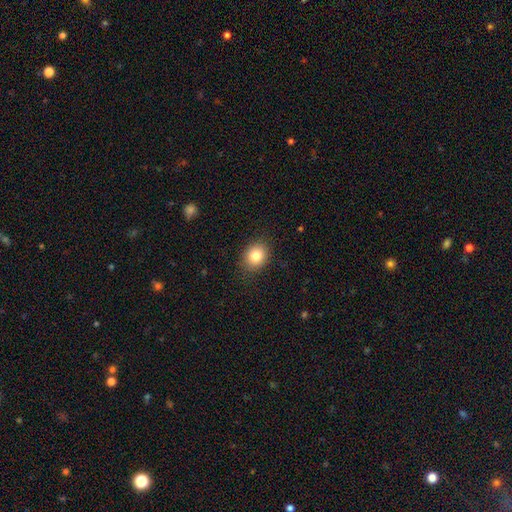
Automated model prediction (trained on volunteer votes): Smooth or featured? smooth (82%)
How rounded? round (55%)
Merging? none (86%)